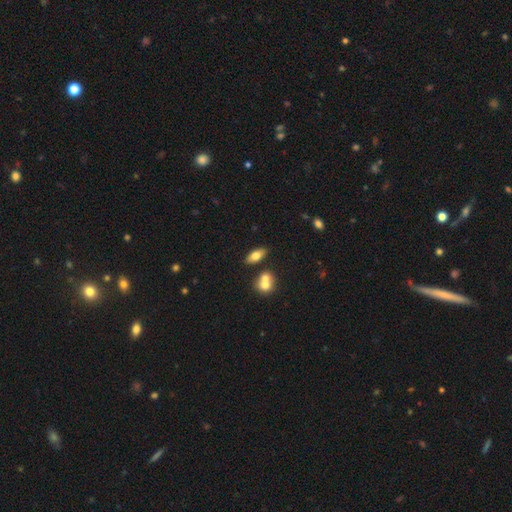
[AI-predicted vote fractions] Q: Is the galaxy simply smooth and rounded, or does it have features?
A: smooth — 68%.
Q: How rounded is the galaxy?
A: in between — 81%.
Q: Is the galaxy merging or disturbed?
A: none — 70%.